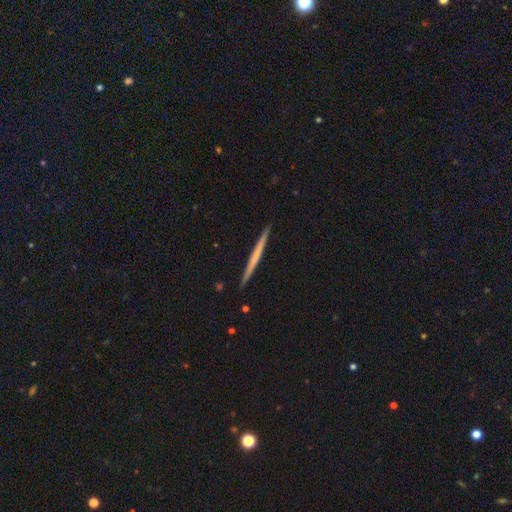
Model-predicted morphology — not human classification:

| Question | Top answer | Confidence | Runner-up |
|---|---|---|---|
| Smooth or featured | featured or disk | 51% | smooth (44%) |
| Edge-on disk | yes | 98% | no (2%) |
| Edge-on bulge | none | 91% | rounded (6%) |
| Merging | none | 92% | minor disturbance (5%) |